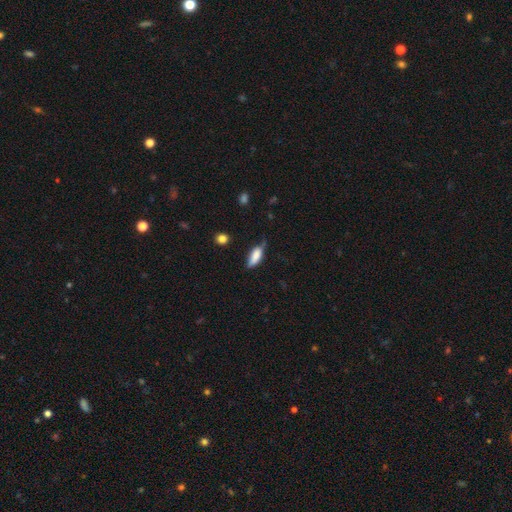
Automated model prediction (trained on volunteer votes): Morphology: type=smooth (77%); roundness=in between (69%); merging=none (54%).